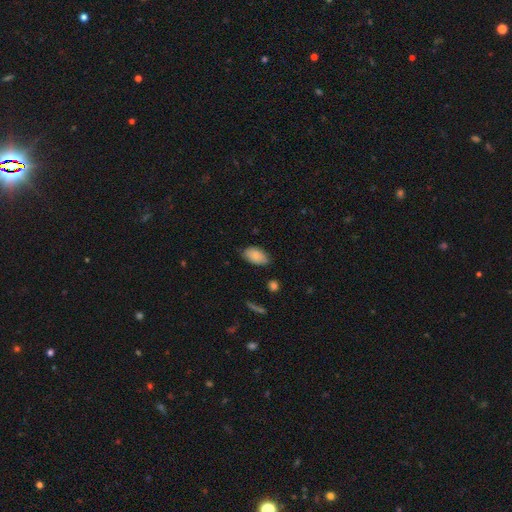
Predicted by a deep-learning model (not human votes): Smooth or featured: smooth — 84% (featured or disk — 10%)
How rounded: in between — 94% (round — 4%)
Merging: none — 77% (minor disturbance — 19%)